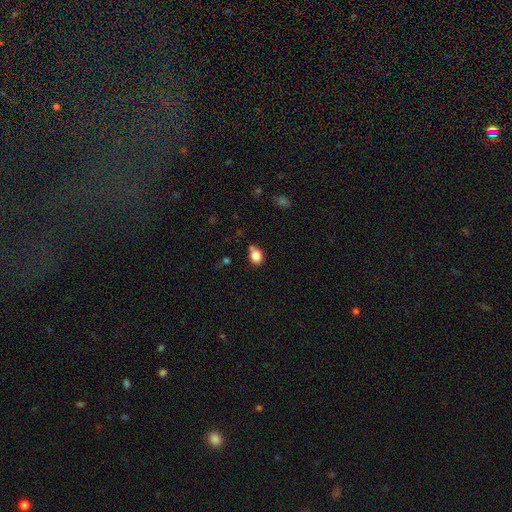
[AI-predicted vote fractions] Smooth or featured? smooth (84%)
How rounded? in between (56%)
Merging? none (65%)